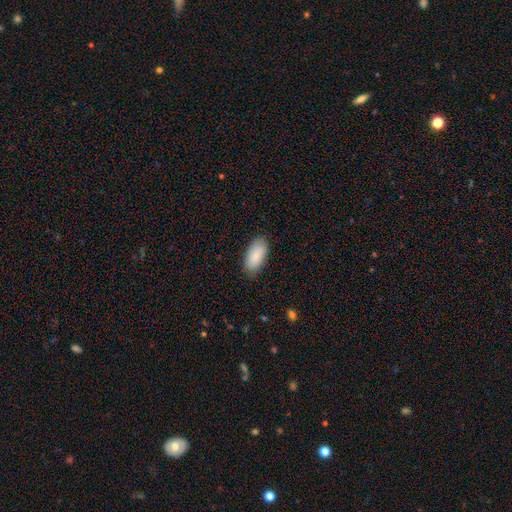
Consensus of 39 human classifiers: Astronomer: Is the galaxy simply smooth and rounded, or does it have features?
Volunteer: smooth — 90%.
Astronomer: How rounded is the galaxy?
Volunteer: in between — 94%.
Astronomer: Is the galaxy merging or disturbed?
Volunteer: none — 82%.